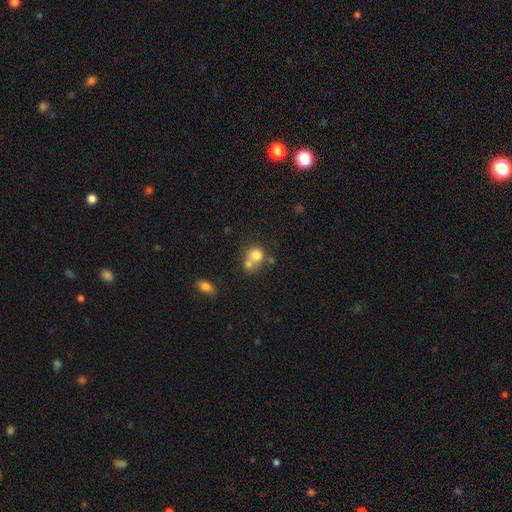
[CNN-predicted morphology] This is likely a smooth galaxy (76%). How rounded: likely round (79%). Merging: possibly merger (55%).